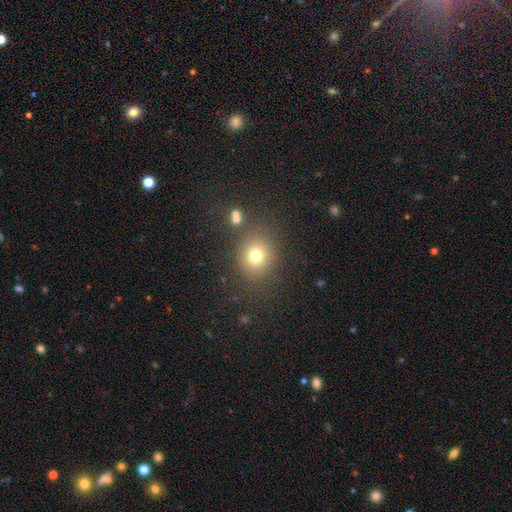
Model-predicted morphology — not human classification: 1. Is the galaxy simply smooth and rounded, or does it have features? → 74% smooth, 17% star or artifact, 9% featured or disk.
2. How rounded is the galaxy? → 75% round, 24% in between, 1% cigar-shaped.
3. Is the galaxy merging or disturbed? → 80% none, 10% minor disturbance, 5% major disturbance, 5% merger.